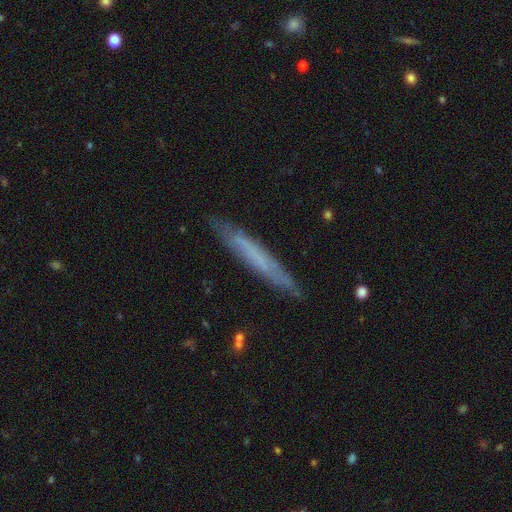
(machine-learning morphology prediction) Q: Smooth or featured?
A: smooth (47%); runner-up: featured or disk (45%)
Q: Merging?
A: none (85%); runner-up: minor disturbance (11%)